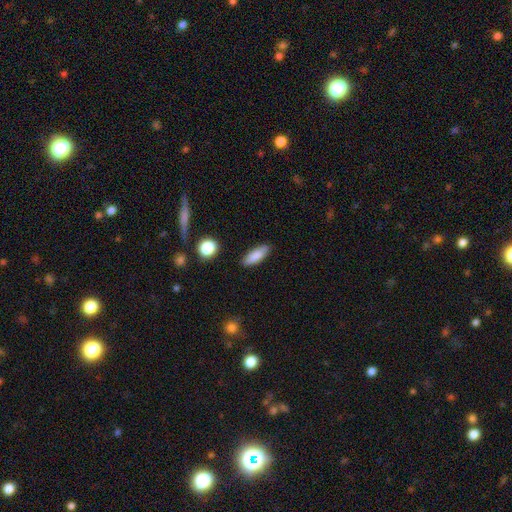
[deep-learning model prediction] Smooth or featured: smooth — 84% (featured or disk — 9%)
How rounded: in between — 61% (cigar-shaped — 37%)
Merging: none — 85% (minor disturbance — 11%)